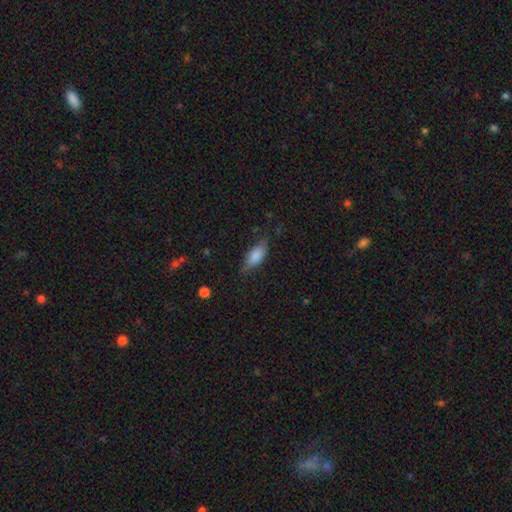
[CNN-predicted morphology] Smooth or featured? smooth (80%)
How rounded? in between (81%)
Merging? none (68%)